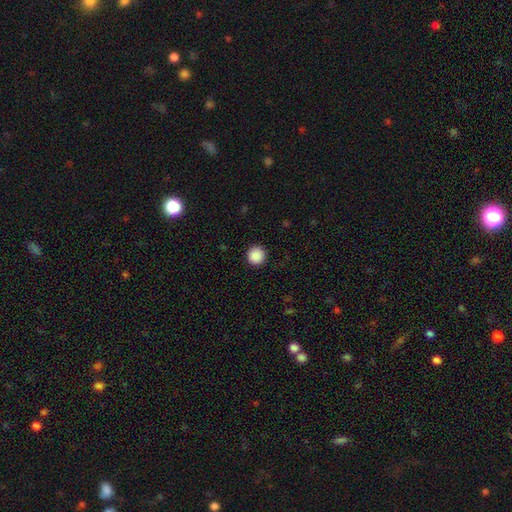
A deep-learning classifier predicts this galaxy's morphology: Q: Smooth or featured?
A: smooth (89%); runner-up: star or artifact (9%)
Q: How rounded?
A: round (96%); runner-up: in between (3%)
Q: Merging?
A: none (92%); runner-up: minor disturbance (5%)